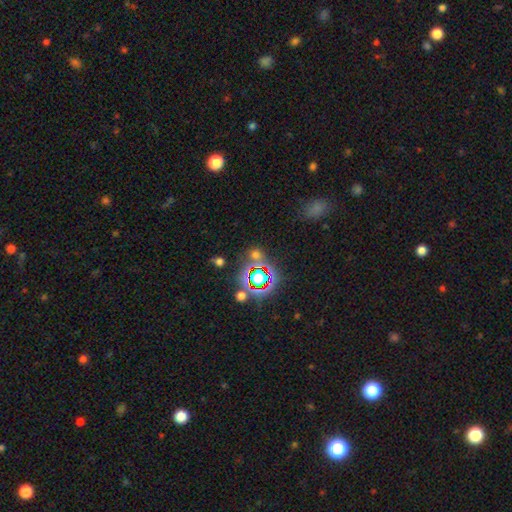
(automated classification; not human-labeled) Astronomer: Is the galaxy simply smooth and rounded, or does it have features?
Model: star or artifact — 54% (runner-up: smooth, 37%).